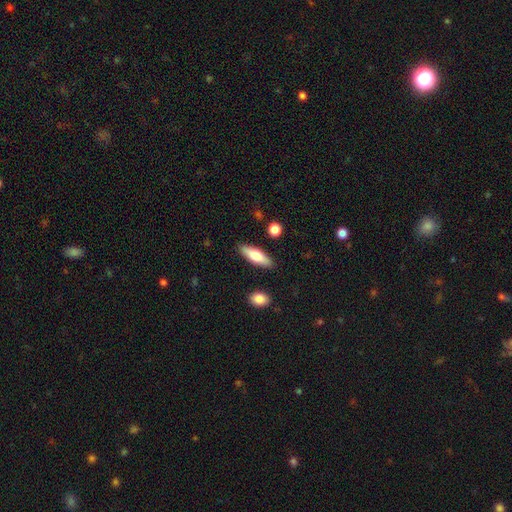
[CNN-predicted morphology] This is likely a smooth galaxy (69%). How rounded: possibly in between (50%). Merging: clearly none (86%).